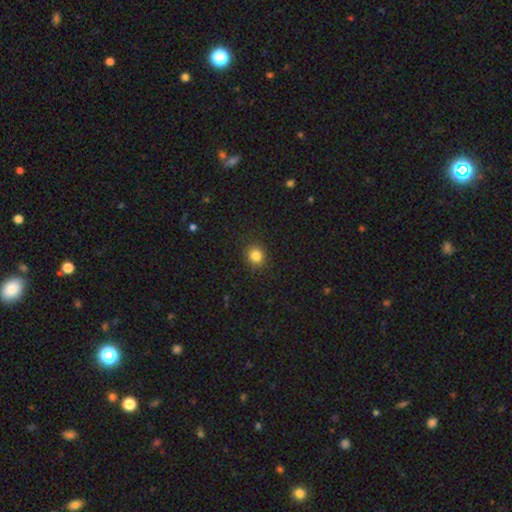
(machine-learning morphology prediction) smooth 83%, star or artifact 12%, featured or disk 5%. Down the decision tree: how rounded — round (82%); merging — none (89%).